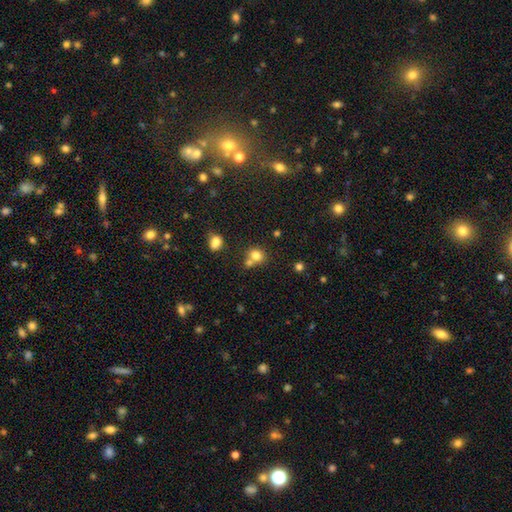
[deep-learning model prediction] Overall: smooth (78%). How rounded: round (74%). Merging: none (50%; merger 37%).